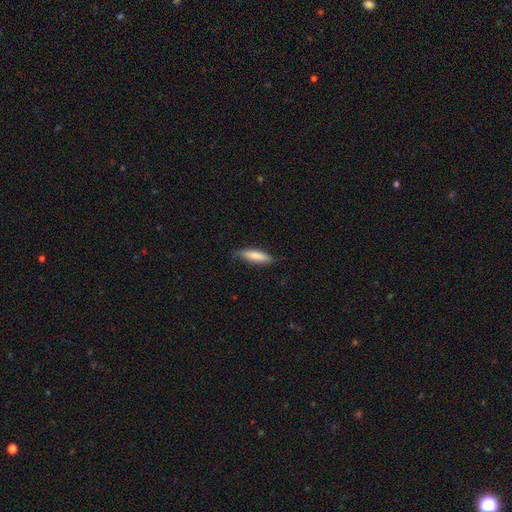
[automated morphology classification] Overall: smooth (82%). How rounded: cigar-shaped (62%; in between 37%). Merging: none (80%).